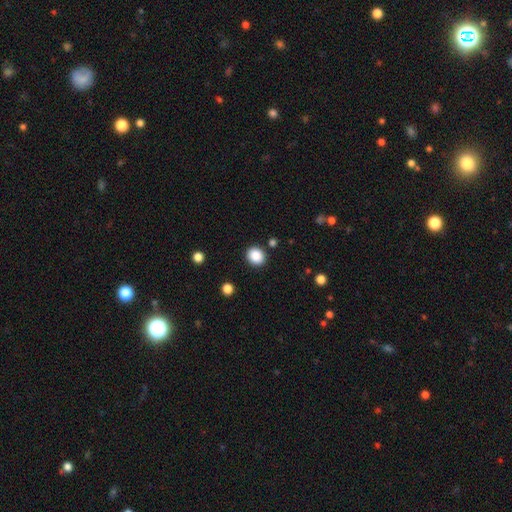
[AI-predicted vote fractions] This is clearly a smooth galaxy (88%). How rounded: likely round (73%). Merging: clearly none (88%).